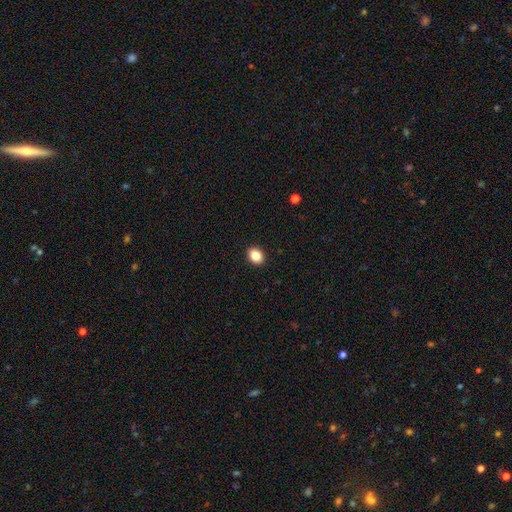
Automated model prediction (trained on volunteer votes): Smooth or featured?
  - smooth: 86% *
  - star or artifact: 9%
  - featured or disk: 5%
How rounded?
  - in between: 55% *
  - round: 44%
  - cigar-shaped: 1%
Merging?
  - none: 92% *
  - minor disturbance: 6%
  - major disturbance: 2%
  - merger: 1%